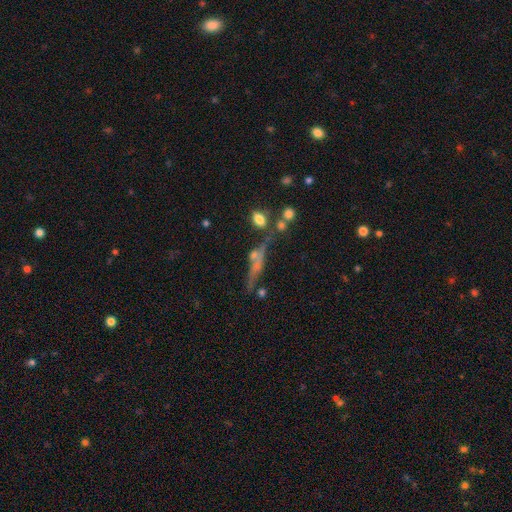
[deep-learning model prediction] A featured or disk galaxy (49%).

Vote fractions:
- Smooth or featured? featured or disk: 49% / smooth: 34% / star or artifact: 17%
- Merging? none: 54% / minor disturbance: 18% / merger: 17% / major disturbance: 12%